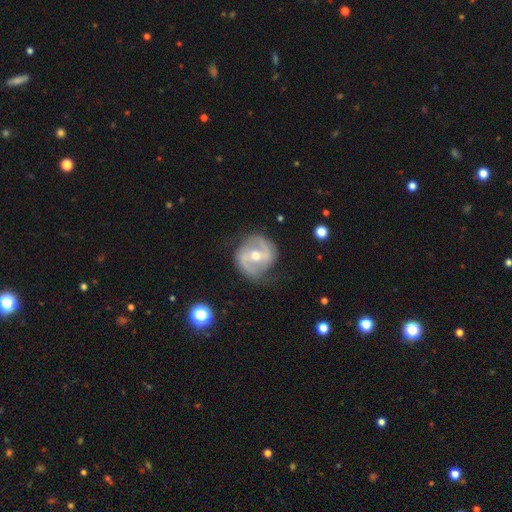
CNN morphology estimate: Smooth or featured: featured or disk — 80% (smooth — 15%)
Edge-on disk: no — 97% (yes — 3%)
Bar: weak — 47% (strong — 27%)
Spiral arms: yes — 86% (no — 14%)
Spiral winding: medium — 50% (tight — 30%)
Spiral arm count: 2 — 87% (can't tell — 7%)
Bulge size: moderate — 74% (small — 18%)
Merging: none — 75% (minor disturbance — 17%)